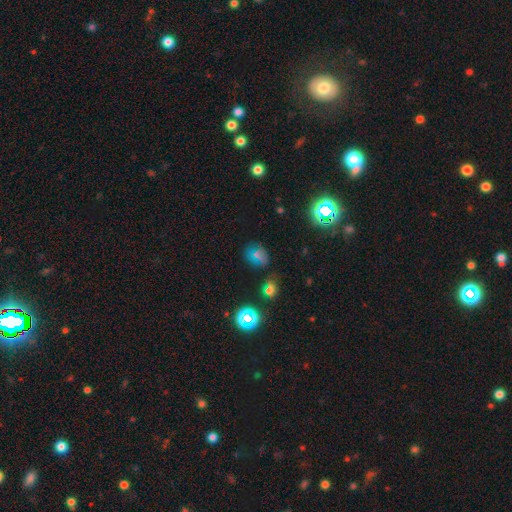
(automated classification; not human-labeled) A smooth galaxy with no disk features (48%). Merging: none (67%).